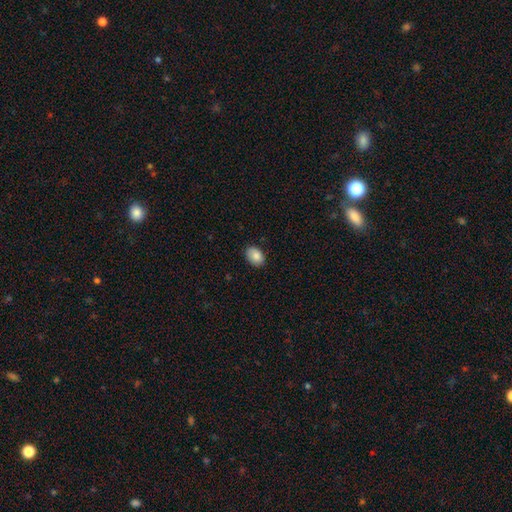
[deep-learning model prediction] Smooth or featured: smooth — 86% (star or artifact — 7%)
How rounded: in between — 81% (round — 18%)
Merging: none — 86% (minor disturbance — 11%)